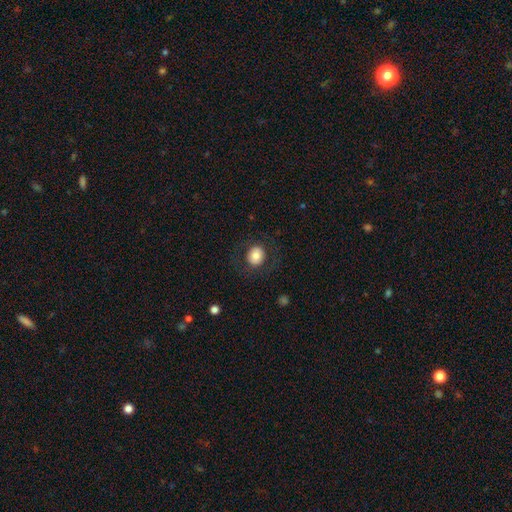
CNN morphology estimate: Smooth or featured?
  - smooth: 77% *
  - featured or disk: 15%
  - star or artifact: 8%
How rounded?
  - round: 73% *
  - in between: 26%
  - cigar-shaped: 1%
Merging?
  - none: 84% *
  - minor disturbance: 9%
  - major disturbance: 7%
  - merger: 1%